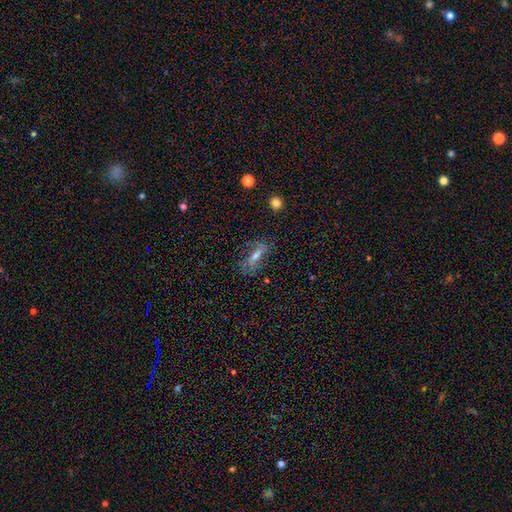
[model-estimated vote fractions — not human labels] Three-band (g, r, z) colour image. It shows a featured or disk galaxy (44%). Merging: none (67%).